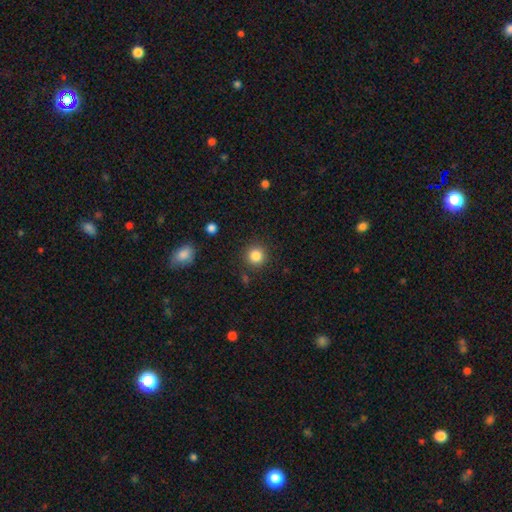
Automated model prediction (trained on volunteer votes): Smooth or featured?
  - smooth: 85% *
  - star or artifact: 11%
  - featured or disk: 5%
How rounded?
  - round: 94% *
  - in between: 5%
  - cigar-shaped: 1%
Merging?
  - none: 89% *
  - minor disturbance: 6%
  - major disturbance: 3%
  - merger: 2%